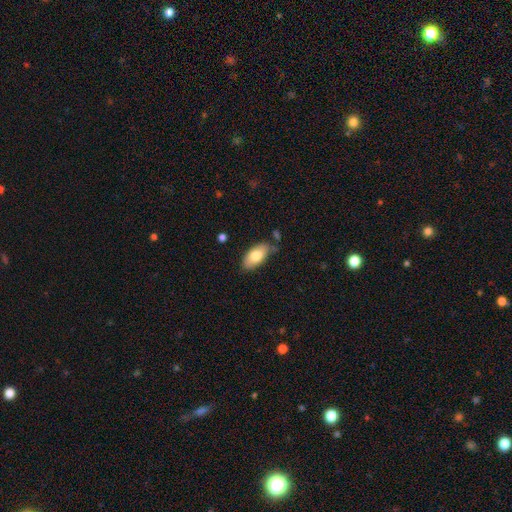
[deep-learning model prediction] Morphology: type=smooth (78%); roundness=in between (93%); merging=none (70%).